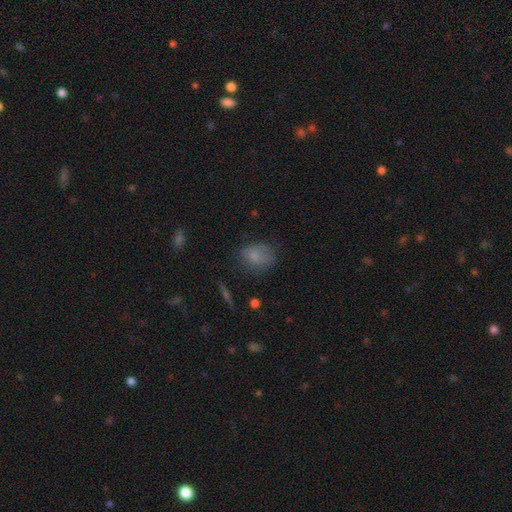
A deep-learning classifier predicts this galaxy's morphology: Smooth or featured?
  - smooth: 73% *
  - featured or disk: 15%
  - star or artifact: 12%
How rounded?
  - in between: 62% *
  - round: 36%
  - cigar-shaped: 2%
Merging?
  - none: 57% *
  - minor disturbance: 27%
  - major disturbance: 13%
  - merger: 2%